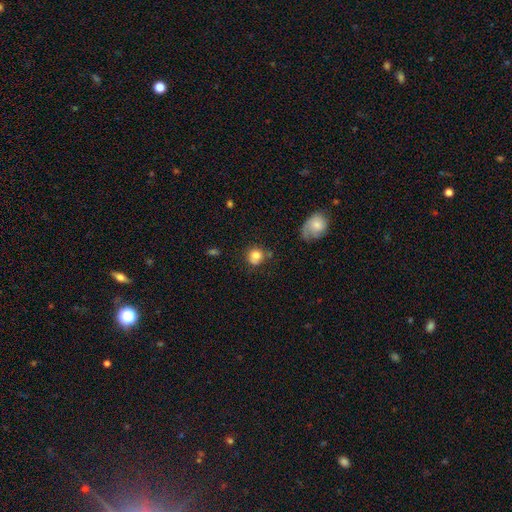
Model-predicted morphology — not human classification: Smooth or featured?
  - smooth: 78% *
  - featured or disk: 12%
  - star or artifact: 10%
How rounded?
  - round: 86% *
  - in between: 13%
  - cigar-shaped: 1%
Merging?
  - none: 65% *
  - minor disturbance: 20%
  - major disturbance: 7%
  - merger: 7%